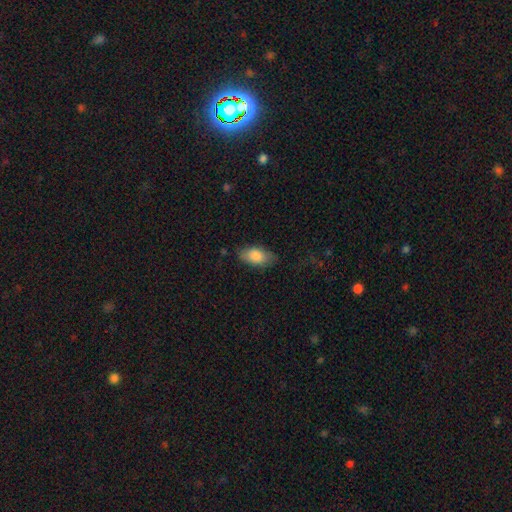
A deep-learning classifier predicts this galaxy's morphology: smooth-or-featured: smooth: 84% | featured or disk: 10% | star or artifact: 6%
  how-rounded: in between: 92% | cigar-shaped: 5% | round: 4%
  merging: none: 74% | minor disturbance: 19% | major disturbance: 5% | merger: 1%